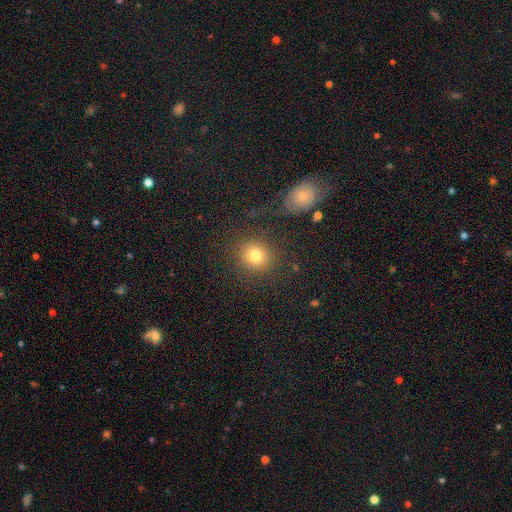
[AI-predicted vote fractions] Smooth or featured? smooth (68%)
How rounded? round (86%)
Merging? none (85%)